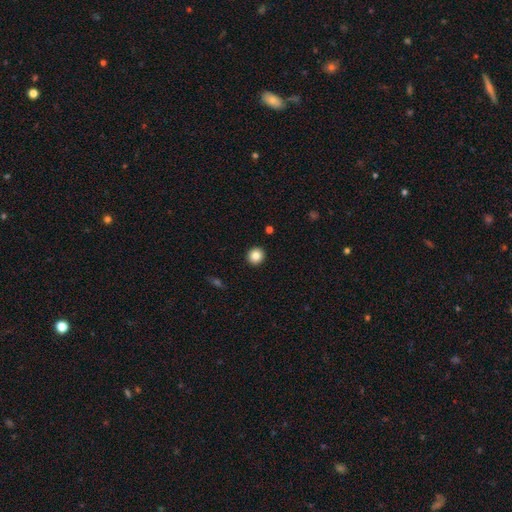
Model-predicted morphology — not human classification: type=smooth (84%); roundness=round (93%); merging=none (93%).